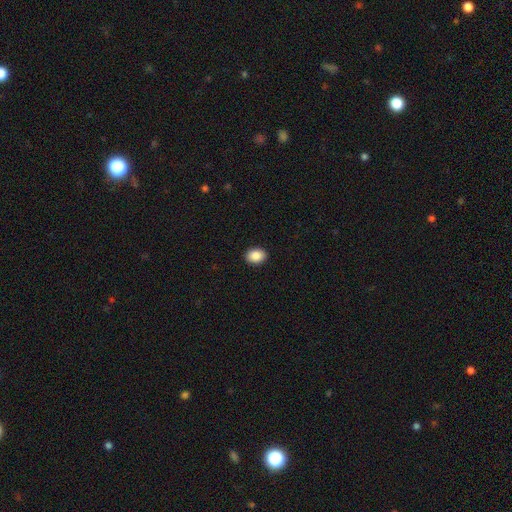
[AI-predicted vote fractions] smooth 89%, star or artifact 8%, featured or disk 3%. Down the decision tree: how rounded — in between (70%); merging — none (91%).